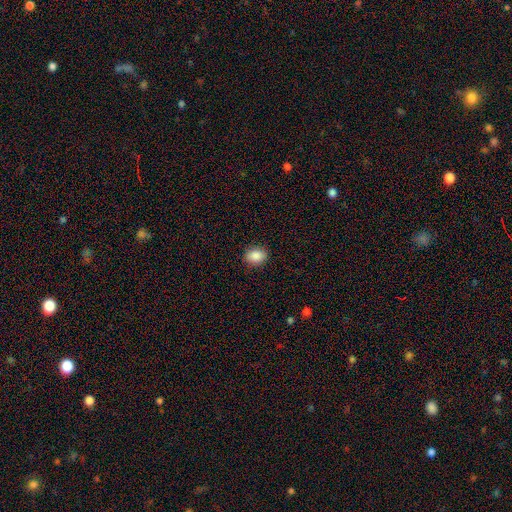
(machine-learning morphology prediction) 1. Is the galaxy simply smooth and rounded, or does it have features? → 88% smooth, 8% star or artifact, 4% featured or disk.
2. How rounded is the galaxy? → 52% in between, 47% round, 1% cigar-shaped.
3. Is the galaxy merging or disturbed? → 89% none, 8% minor disturbance, 2% major disturbance, 1% merger.